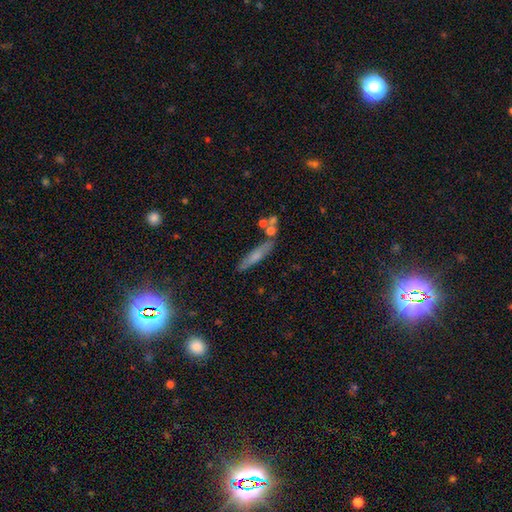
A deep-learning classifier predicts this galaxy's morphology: Q: Smooth or featured?
A: smooth (59%); runner-up: featured or disk (32%)
Q: How rounded?
A: cigar-shaped (88%); runner-up: in between (10%)
Q: Merging?
A: none (75%); runner-up: minor disturbance (13%)